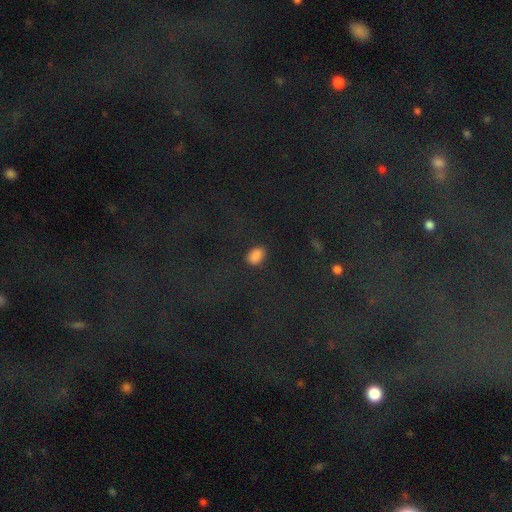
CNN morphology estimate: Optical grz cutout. It shows a smooth galaxy with no disk features (83%) that is in between round and cigar-shaped (88%). Merging: none (83%).